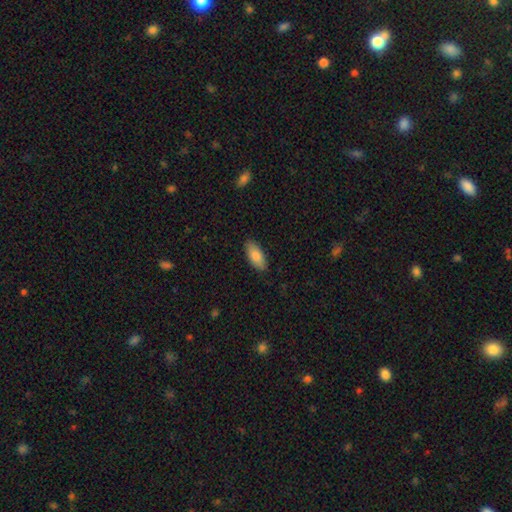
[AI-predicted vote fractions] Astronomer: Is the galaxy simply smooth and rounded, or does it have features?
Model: smooth — 85%.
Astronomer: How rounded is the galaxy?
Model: in between — 87%.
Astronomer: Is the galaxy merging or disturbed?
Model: none — 87%.